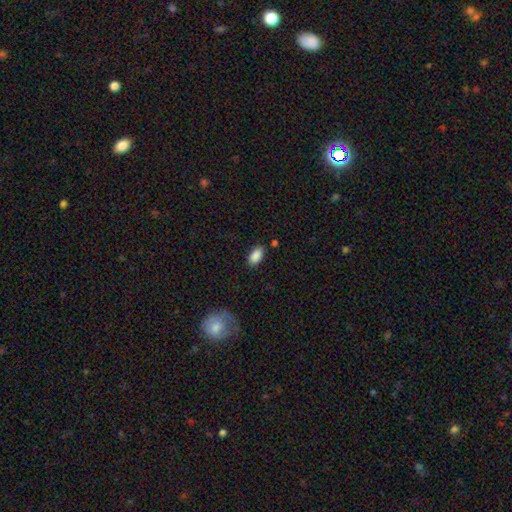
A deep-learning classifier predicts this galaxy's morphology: smooth 89%, star or artifact 7%, featured or disk 4%. Down the decision tree: how rounded — in between (93%); merging — none (82%).